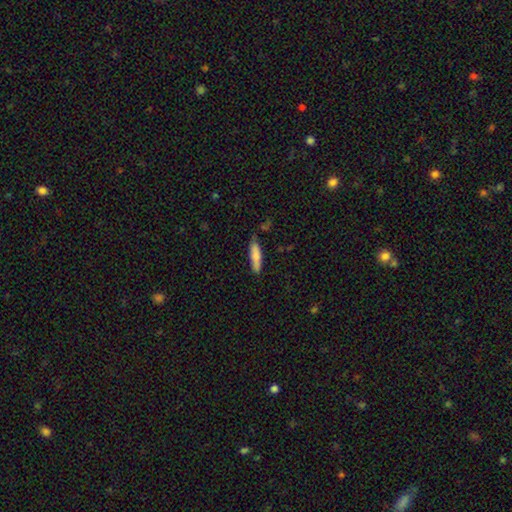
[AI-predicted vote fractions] The model was most divided on "how rounded": cigar-shaped: 75%, in between: 23%, round: 1%. More confident: smooth or featured — smooth (82%); merging — none (79%).